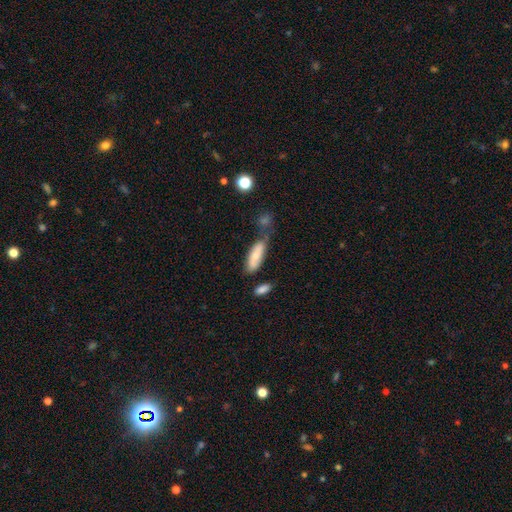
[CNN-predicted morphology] Smooth or featured? smooth (73%)
How rounded? in between (59%)
Merging? none (49%)